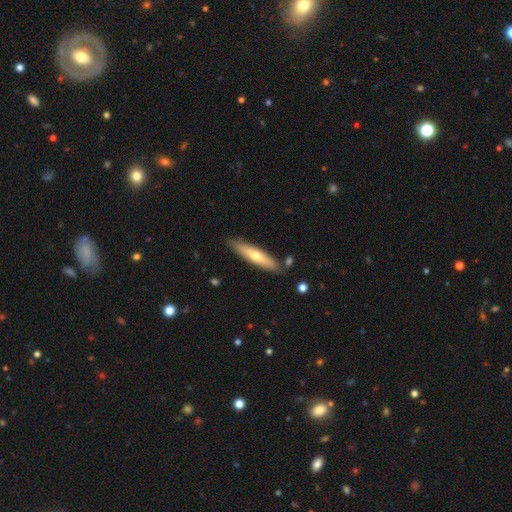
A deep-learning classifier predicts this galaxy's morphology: This appears to be a smooth galaxy with no disk features (52%) that is cigar-shaped (79%). Merging: none (85%).